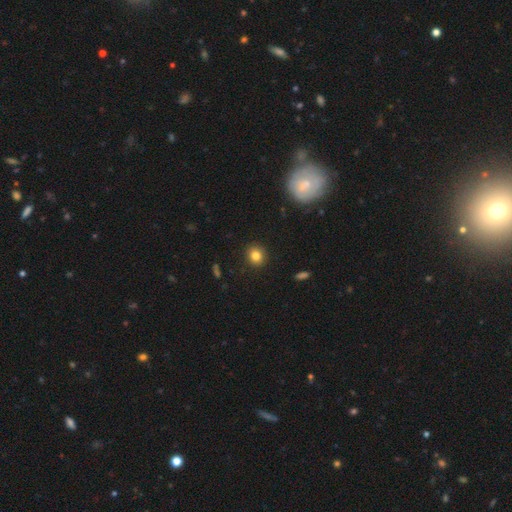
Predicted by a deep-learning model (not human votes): Morphology: type=smooth (83%); roundness=round (83%); merging=none (91%).